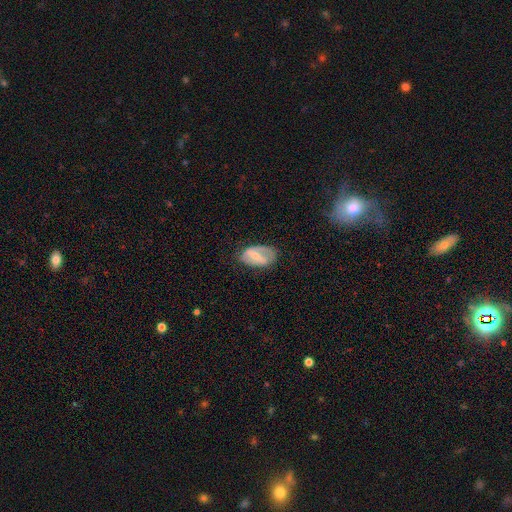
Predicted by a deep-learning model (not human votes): Overall: featured or disk (60%; smooth 34%). Edge-on disk: no (93%). Bar: strong (48%; weak 37%). Spiral arms: yes (58%; no 42%). Bulge size: small (53%; moderate 39%). Merging: none (62%; minor disturbance 25%).